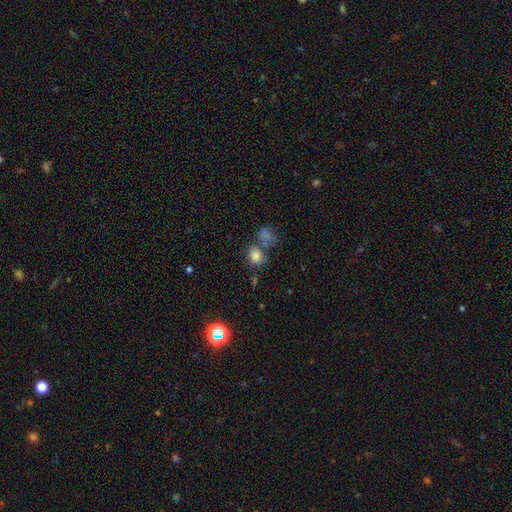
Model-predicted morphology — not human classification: A smooth galaxy with no disk features (78%) that is round (56%).

Vote fractions:
- Smooth or featured? smooth: 78% / star or artifact: 13% / featured or disk: 9%
- How rounded? round: 56% / in between: 43% / cigar-shaped: 1%
- Merging? none: 48% / merger: 32% / minor disturbance: 13% / major disturbance: 7%